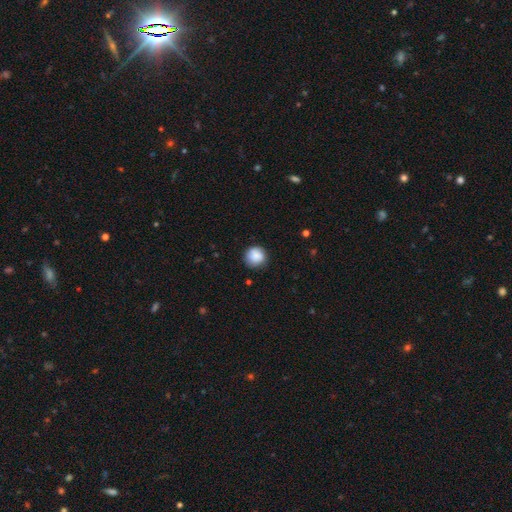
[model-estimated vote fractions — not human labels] Q: Smooth or featured?
A: smooth (87%); runner-up: star or artifact (8%)
Q: How rounded?
A: round (92%); runner-up: in between (7%)
Q: Merging?
A: none (81%); runner-up: minor disturbance (14%)